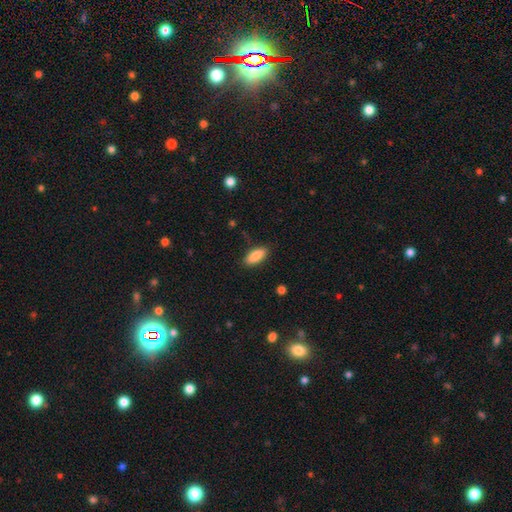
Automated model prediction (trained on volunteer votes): The model was most divided on "how rounded": in between: 81%, cigar-shaped: 16%, round: 2%. More confident: smooth or featured — smooth (87%); merging — none (85%).